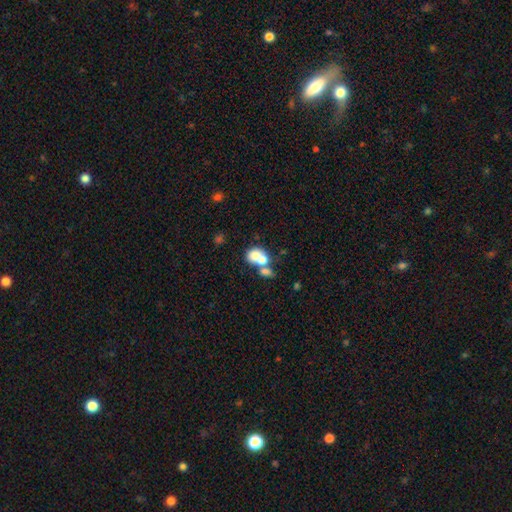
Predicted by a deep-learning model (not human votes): Morphology: type=smooth (67%); roundness=round (54%); merging=merger (63%).